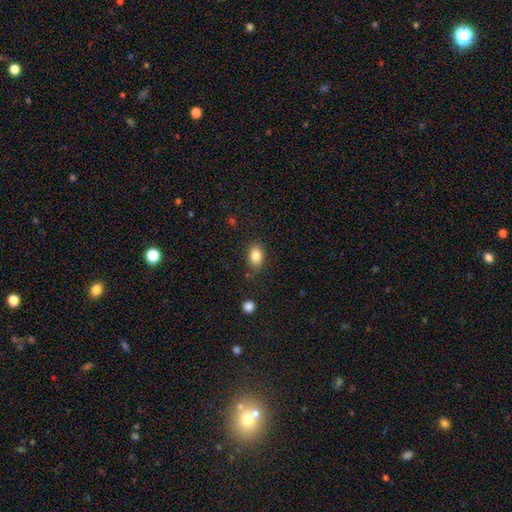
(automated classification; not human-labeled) Smooth or featured? smooth (85%)
How rounded? in between (81%)
Merging? none (80%)